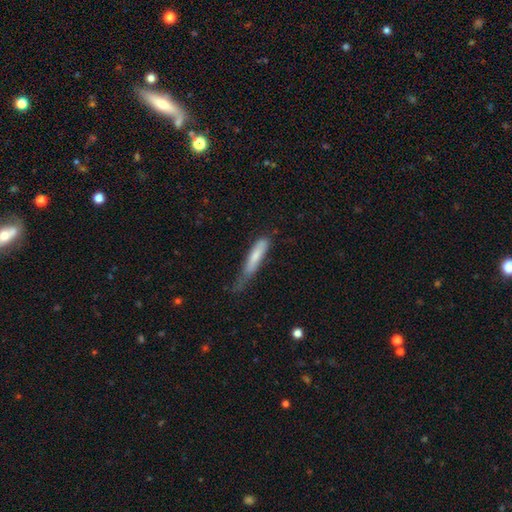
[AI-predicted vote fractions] This is likely a smooth galaxy (70%). How rounded: clearly cigar-shaped (86%). Merging: marginally minor disturbance (41%).